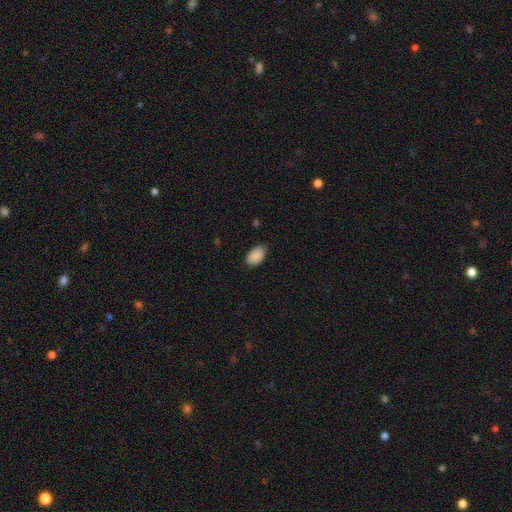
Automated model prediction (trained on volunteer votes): A smooth galaxy with no disk features (90%) that is in between round and cigar-shaped (92%). Merging: none (80%).